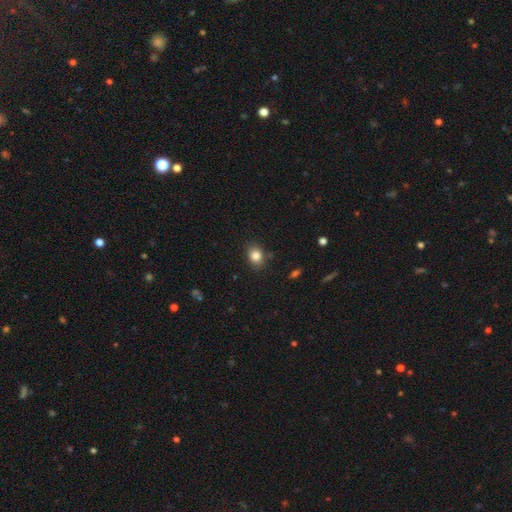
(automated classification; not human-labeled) Smooth or featured?
  - smooth: 83% *
  - star or artifact: 10%
  - featured or disk: 7%
How rounded?
  - in between: 57% *
  - round: 42%
  - cigar-shaped: 1%
Merging?
  - none: 83% *
  - minor disturbance: 12%
  - major disturbance: 3%
  - merger: 2%